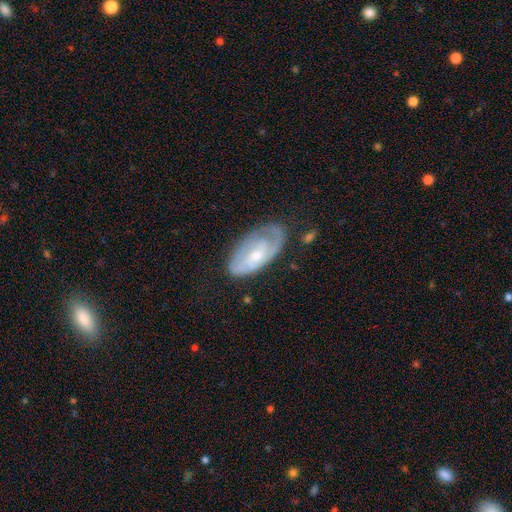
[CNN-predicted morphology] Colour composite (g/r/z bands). It shows a featured or disk galaxy (70%) with no bar (62%), 2 (36%) tight (56%) spiral arms (80%) and a small central bulge (56%). Merging: none (62%).